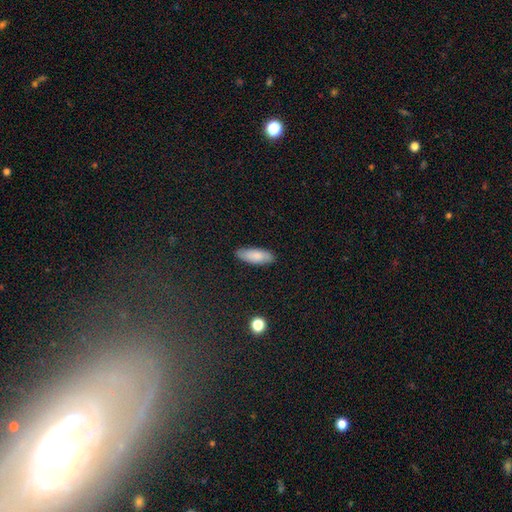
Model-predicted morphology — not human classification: This is likely a smooth galaxy (80%). How rounded: likely in between (71%). Merging: clearly none (86%).